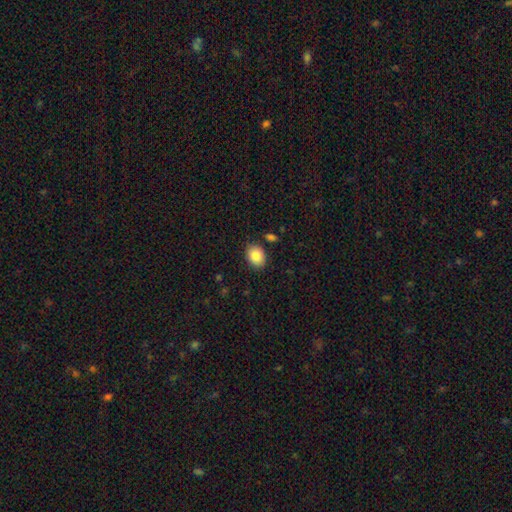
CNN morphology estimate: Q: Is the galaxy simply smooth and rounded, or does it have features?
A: smooth — 86%.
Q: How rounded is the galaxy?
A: in between — 61%.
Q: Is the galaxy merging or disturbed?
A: none — 85%.